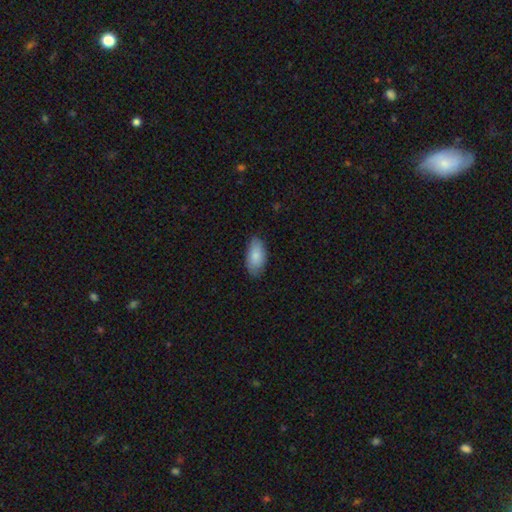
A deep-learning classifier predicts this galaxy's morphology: Smooth or featured? smooth (84%)
How rounded? in between (93%)
Merging? none (80%)